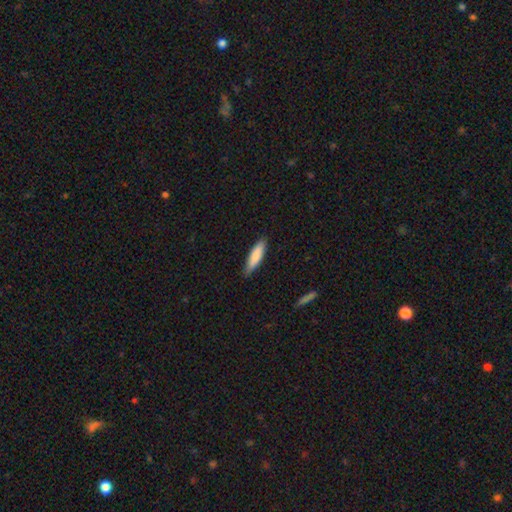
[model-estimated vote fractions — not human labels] Morphology: type=smooth (84%); roundness=cigar-shaped (66%); merging=none (84%).